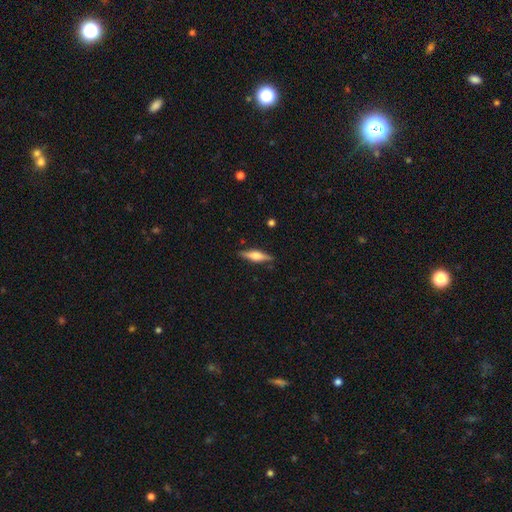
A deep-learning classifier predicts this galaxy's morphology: The model was most divided on "smooth or featured": featured or disk: 54%, smooth: 40%, star or artifact: 6%. More confident: edge-on disk — yes (95%); merging — none (87%); edge-on bulge — rounded (80%).